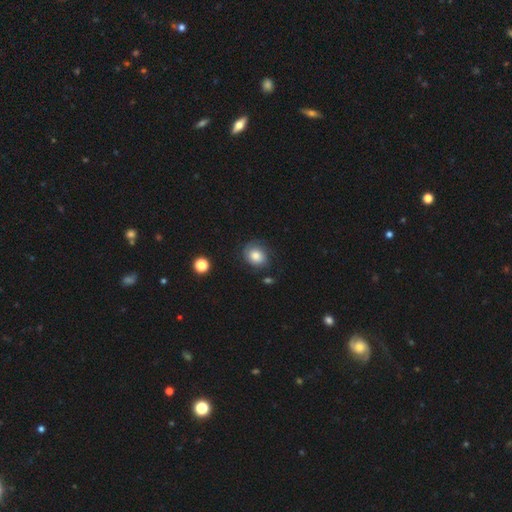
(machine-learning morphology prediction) Smooth or featured? smooth (68%)
How rounded? round (66%)
Merging? none (71%)